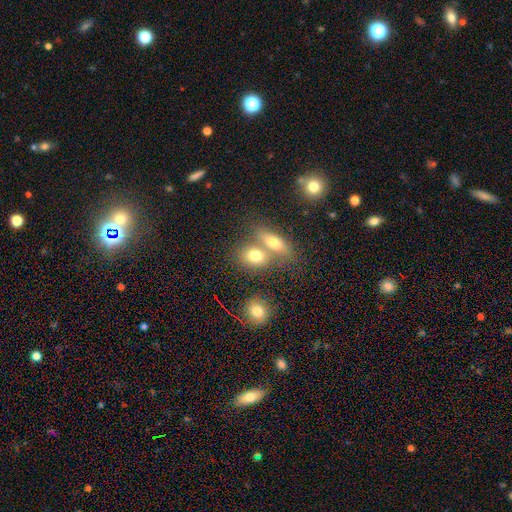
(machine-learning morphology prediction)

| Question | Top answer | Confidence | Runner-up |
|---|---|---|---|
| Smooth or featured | smooth | 74% | featured or disk (16%) |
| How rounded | in between | 63% | round (32%) |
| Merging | merger | 51% | none (37%) |